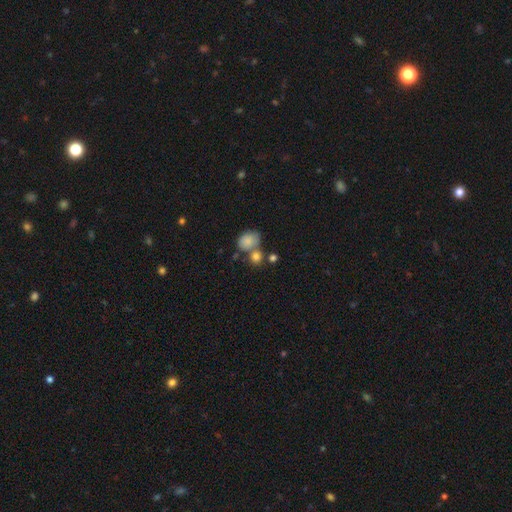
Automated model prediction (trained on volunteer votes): A smooth galaxy with no disk features (72%) that is round (67%).

Vote fractions:
- Smooth or featured? smooth: 72% / star or artifact: 16% / featured or disk: 12%
- How rounded? round: 67% / in between: 32% / cigar-shaped: 1%
- Merging? none: 50% / merger: 32% / minor disturbance: 13% / major disturbance: 5%